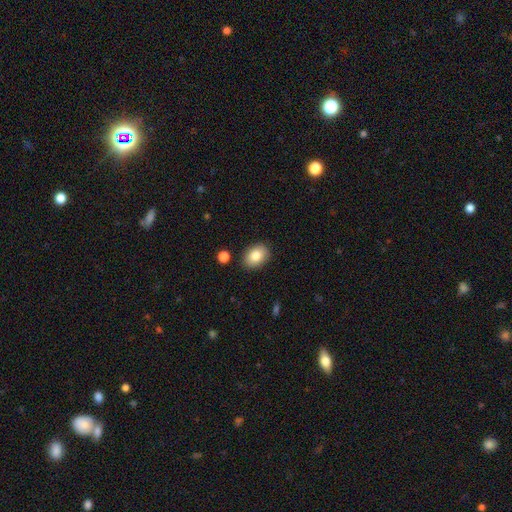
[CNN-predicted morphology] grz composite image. It shows a smooth galaxy with no disk features (83%) that is in between round and cigar-shaped (75%). Merging: none (87%).